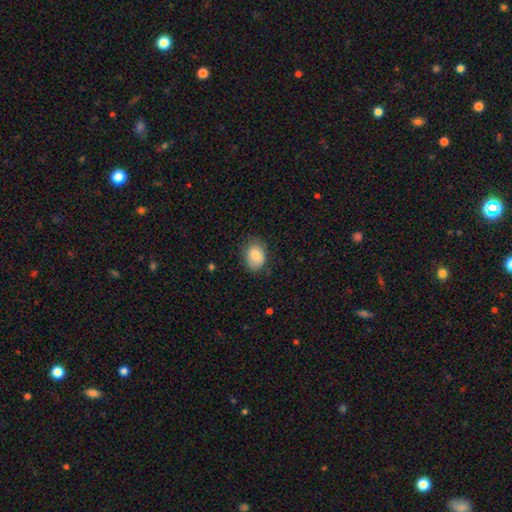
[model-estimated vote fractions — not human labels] smooth 82%, featured or disk 10%, star or artifact 7%. Down the decision tree: how rounded — in between (73%); merging — none (72%).